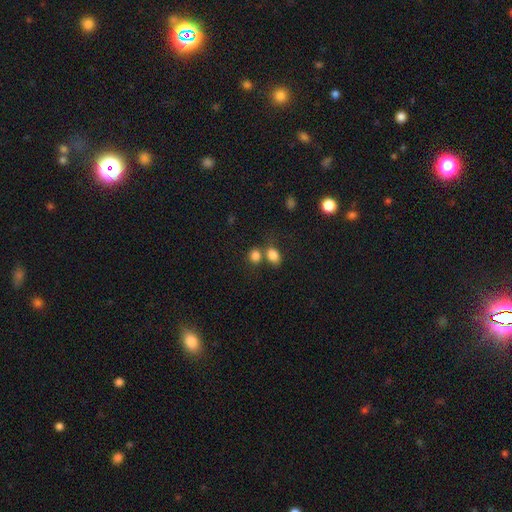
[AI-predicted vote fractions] smooth_or_featured: smooth (p=0.82) [alt: star or artifact p=0.11]
how_rounded: round (p=0.56) [alt: in between p=0.43]
merging: none (p=0.47) [alt: merger p=0.39]